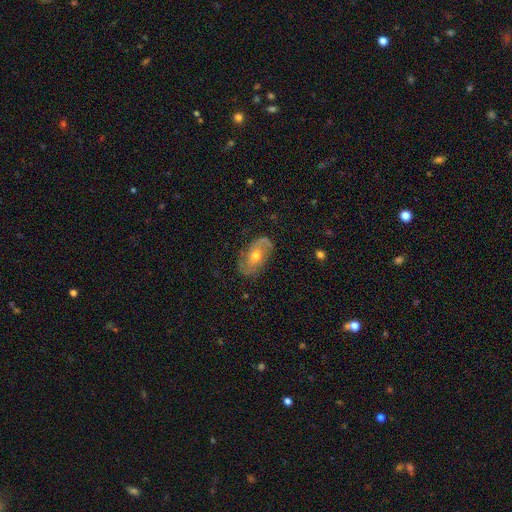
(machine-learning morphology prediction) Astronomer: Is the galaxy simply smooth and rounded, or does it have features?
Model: featured or disk — 74%.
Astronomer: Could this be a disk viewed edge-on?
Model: no — 94%.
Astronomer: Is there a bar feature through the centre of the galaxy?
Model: no — 64%.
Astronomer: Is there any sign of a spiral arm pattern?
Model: yes — 87%.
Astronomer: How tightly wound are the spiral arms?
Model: medium — 42% (runner-up: loose, 33%).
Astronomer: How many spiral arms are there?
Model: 2 — 81%.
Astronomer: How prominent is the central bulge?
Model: moderate — 66%.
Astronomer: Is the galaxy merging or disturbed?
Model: none — 76%.